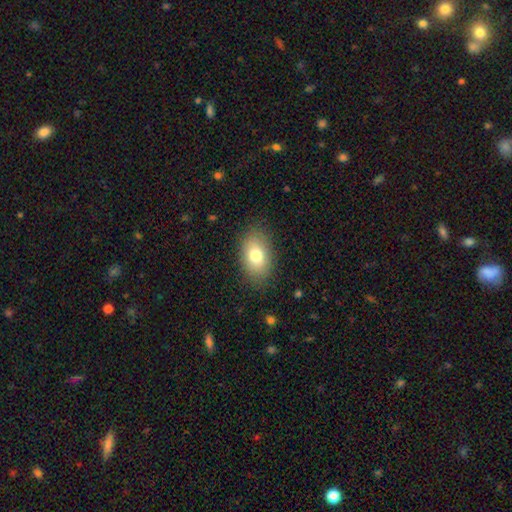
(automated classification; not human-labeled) This is likely a smooth galaxy (77%). How rounded: clearly in between (87%). Merging: clearly none (84%).